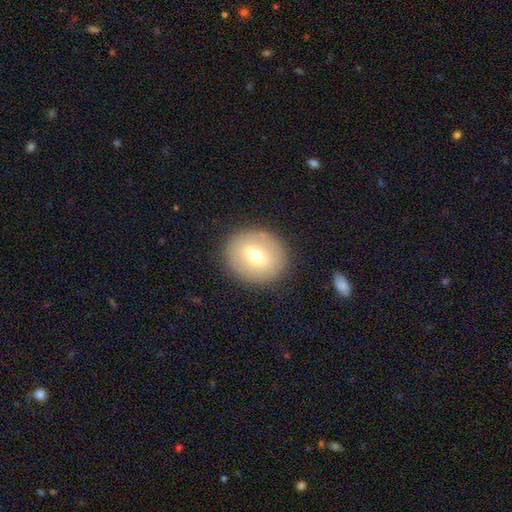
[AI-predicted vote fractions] smooth_or_featured: smooth (p=0.62) [alt: featured or disk p=0.29]
how_rounded: round (p=0.73) [alt: in between p=0.26]
merging: none (p=0.87) [alt: minor disturbance p=0.08]